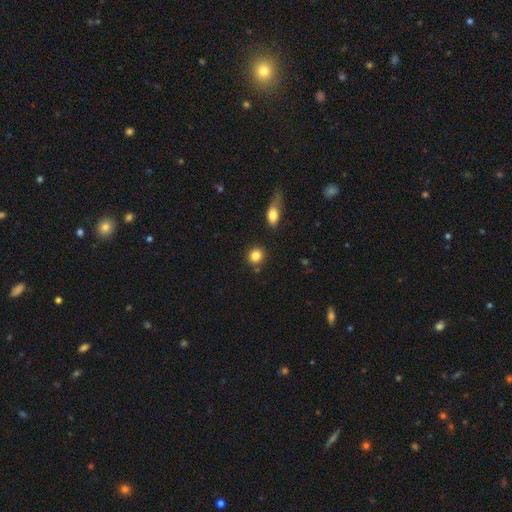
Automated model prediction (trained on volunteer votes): The model was most divided on "how rounded": round: 86%, in between: 12%, cigar-shaped: 1%. More confident: smooth or featured — smooth (84%); merging — none (83%).